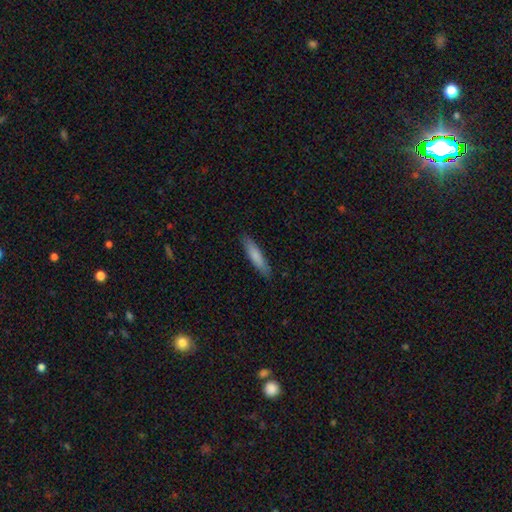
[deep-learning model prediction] smooth-or-featured: smooth: 80% | featured or disk: 14% | star or artifact: 6%
  how-rounded: cigar-shaped: 84% | in between: 14% | round: 1%
  merging: none: 88% | minor disturbance: 9% | major disturbance: 2% | merger: 1%